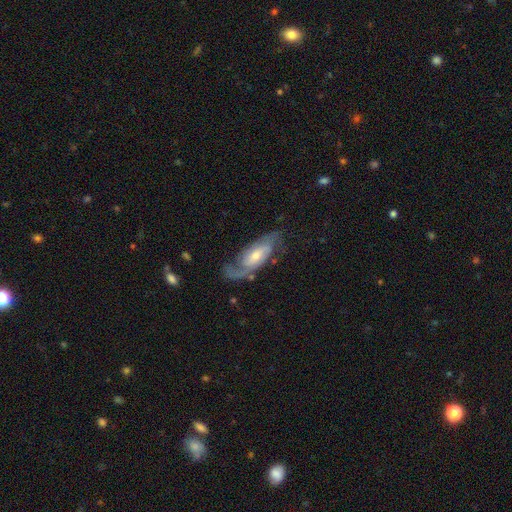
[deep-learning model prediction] Overall: featured or disk (80%). Edge-on disk: no (90%). Bar: no (49%; weak 39%). Spiral arms: yes (93%). Spiral arm count: 2 (73%). Spiral winding: medium (45%; tight 31%). Bulge size: moderate (49%; small 41%). Merging: none (65%).